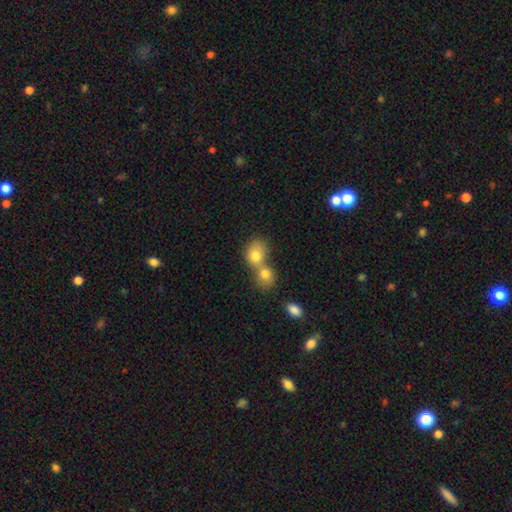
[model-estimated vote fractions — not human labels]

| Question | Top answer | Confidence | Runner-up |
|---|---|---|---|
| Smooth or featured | smooth | 77% | featured or disk (13%) |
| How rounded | round | 63% | in between (36%) |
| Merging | merger | 69% | none (22%) |